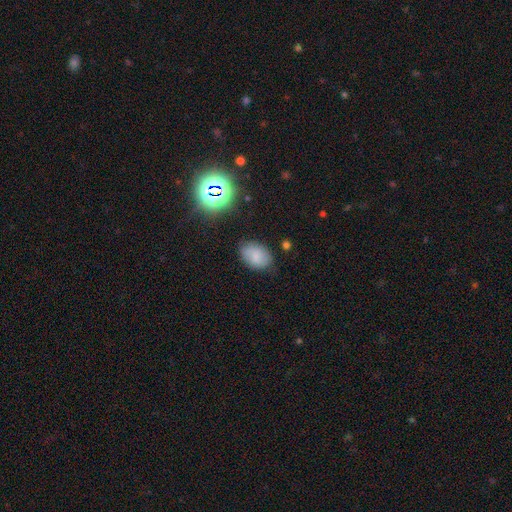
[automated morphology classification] smooth 73%, featured or disk 16%, star or artifact 11%. Down the decision tree: how rounded — in between (81%); merging — none (78%).